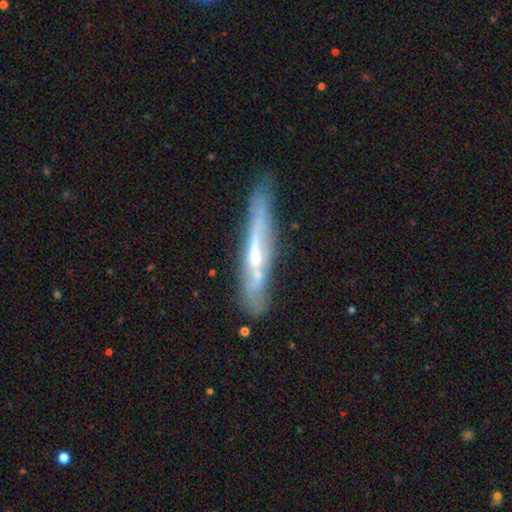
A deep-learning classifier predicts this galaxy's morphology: Smooth or featured: featured or disk — 67% (smooth — 26%)
Edge-on disk: yes — 80% (no — 20%)
Edge-on bulge: rounded — 50% (none — 41%)
Merging: none — 67% (minor disturbance — 21%)